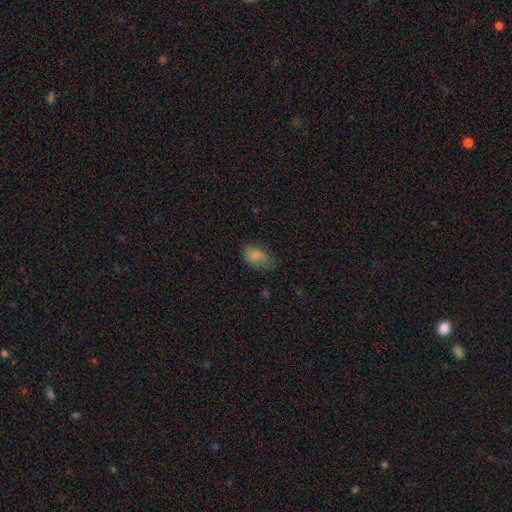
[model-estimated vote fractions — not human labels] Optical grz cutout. It shows a smooth galaxy with no disk features (82%) that is in between round and cigar-shaped (89%). Merging: none (54%).